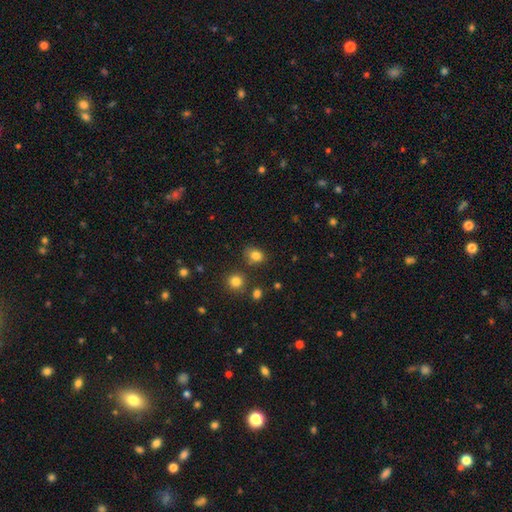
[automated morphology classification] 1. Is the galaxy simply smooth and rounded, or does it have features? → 82% smooth, 12% star or artifact, 6% featured or disk.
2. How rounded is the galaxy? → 50% round, 49% in between, 1% cigar-shaped.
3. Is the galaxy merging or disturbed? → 74% none, 16% minor disturbance, 6% merger, 4% major disturbance.